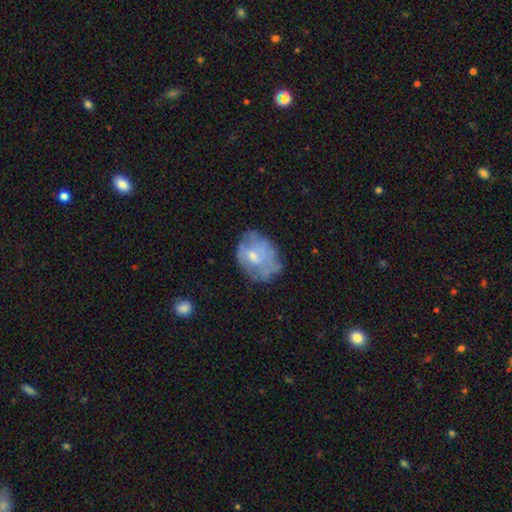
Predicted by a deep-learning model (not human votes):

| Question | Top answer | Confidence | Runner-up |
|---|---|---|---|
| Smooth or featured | featured or disk | 47% | smooth (44%) |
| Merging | none | 47% | minor disturbance (31%) |